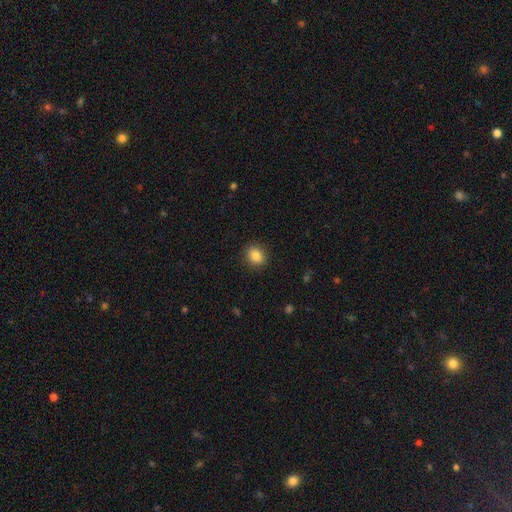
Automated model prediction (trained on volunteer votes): This is clearly a smooth galaxy (85%). How rounded: likely round (67%). Merging: clearly none (90%).